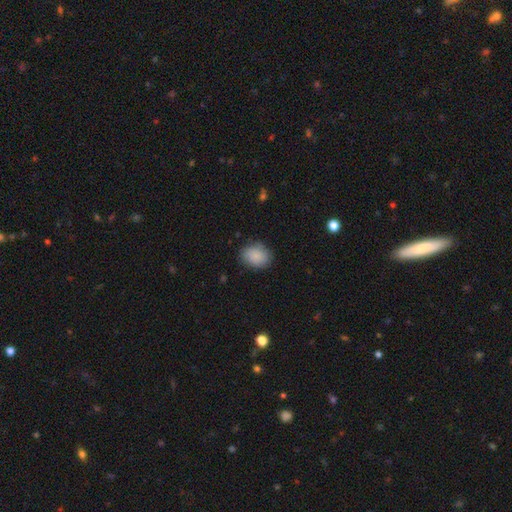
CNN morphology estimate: The model was most divided on "how rounded": in between: 60%, round: 39%, cigar-shaped: 1%. More confident: smooth or featured — smooth (87%); merging — none (80%).